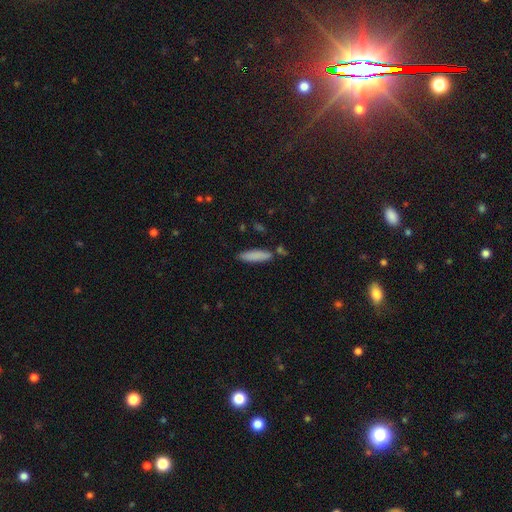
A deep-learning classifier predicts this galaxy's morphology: A smooth galaxy with no disk features (85%) that is cigar-shaped (71%).

Vote fractions:
- Smooth or featured? smooth: 85% / featured or disk: 9% / star or artifact: 7%
- How rounded? cigar-shaped: 71% / in between: 28% / round: 2%
- Merging? none: 79% / minor disturbance: 13% / merger: 6% / major disturbance: 3%